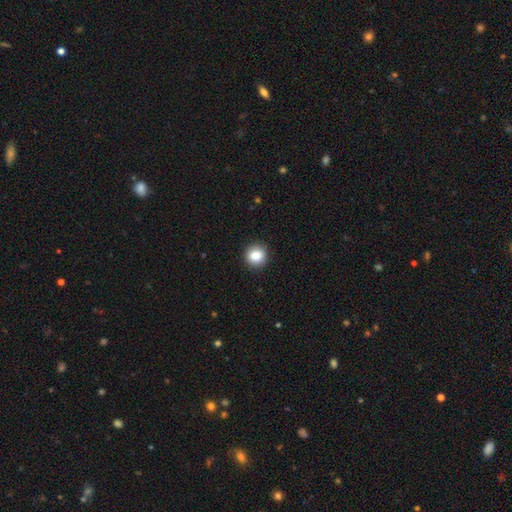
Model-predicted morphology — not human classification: This appears to be a smooth galaxy with no disk features (86%) that is round (88%). Merging: none (91%).